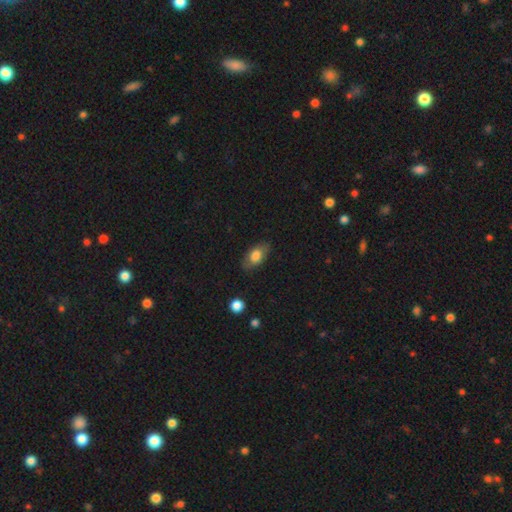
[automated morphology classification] smooth 76%, featured or disk 16%, star or artifact 7%. Down the decision tree: how rounded — in between (89%); merging — none (79%).